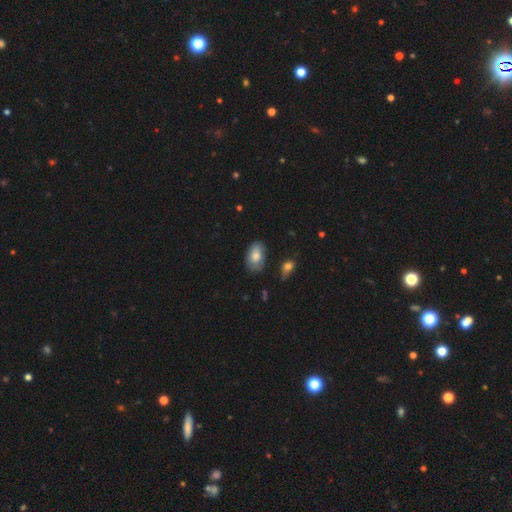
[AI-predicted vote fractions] smooth 77%, featured or disk 16%, star or artifact 7%. Down the decision tree: how rounded — in between (91%); merging — none (66%).